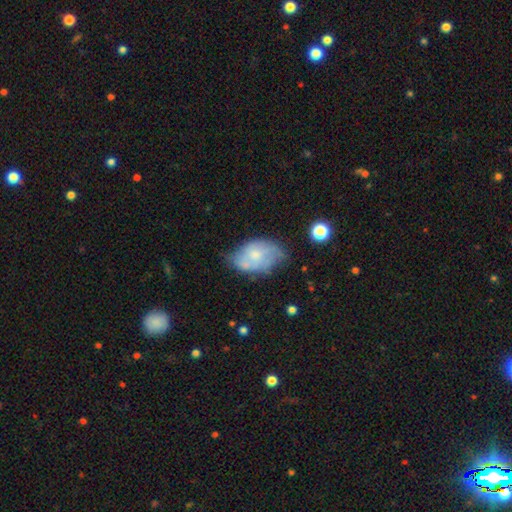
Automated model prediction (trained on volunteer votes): Smooth or featured? Predicted: smooth (p=0.53). How rounded? Predicted: in between (p=0.89). Merging? Predicted: none (p=0.39).